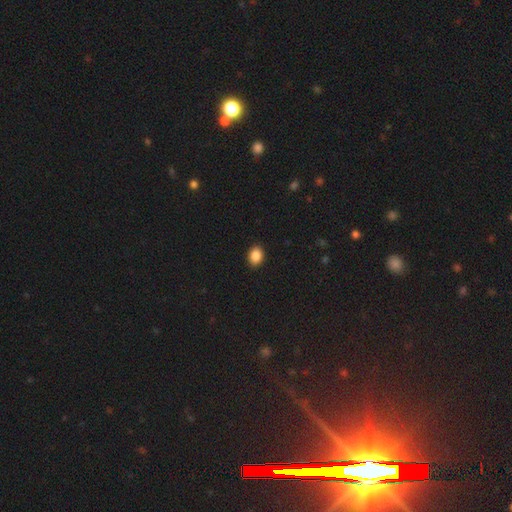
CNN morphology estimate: A smooth galaxy with no disk features (88%) that is in between round and cigar-shaped (64%). Merging: none (91%).